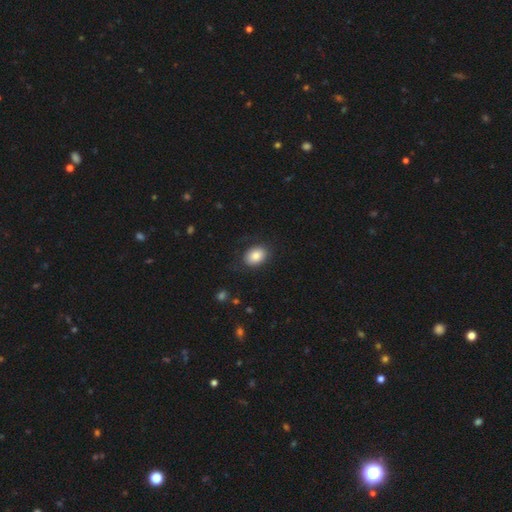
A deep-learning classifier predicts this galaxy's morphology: The model was most divided on "how rounded": in between: 70%, round: 30%, cigar-shaped: 1%. More confident: smooth or featured — smooth (85%); merging — none (82%).